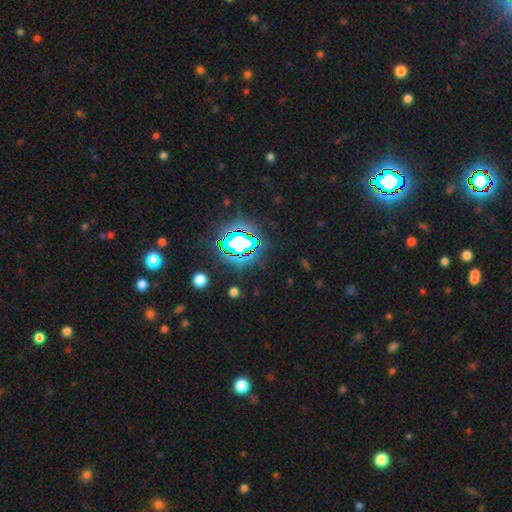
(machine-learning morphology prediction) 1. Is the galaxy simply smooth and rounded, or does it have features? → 84% star or artifact, 9% smooth, 7% featured or disk.